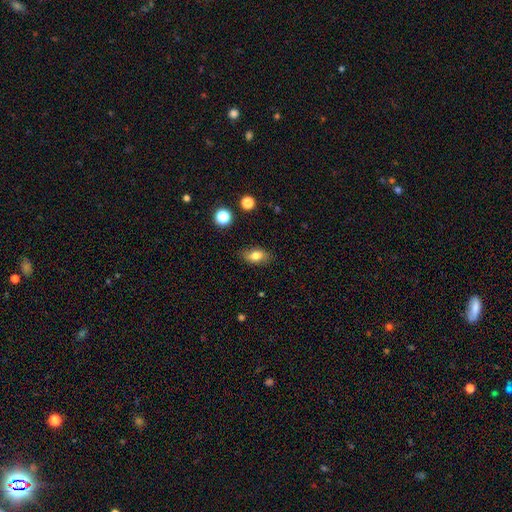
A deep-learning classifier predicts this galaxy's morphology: A smooth galaxy with no disk features (78%) that is in between round and cigar-shaped (85%). Merging: none (84%).